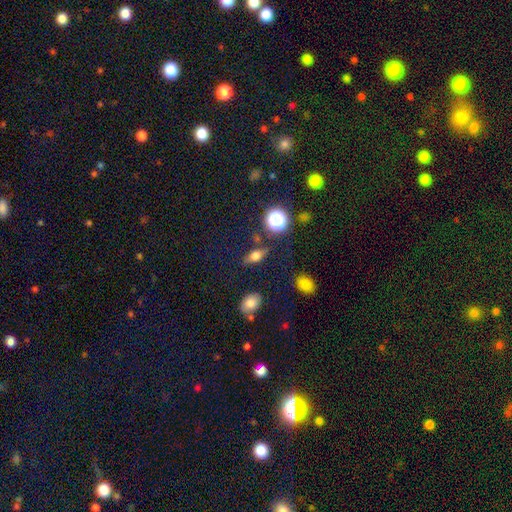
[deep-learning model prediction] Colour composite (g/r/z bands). It shows a smooth galaxy with no disk features (56%) that is in between round and cigar-shaped (62%). Merging: none (82%).